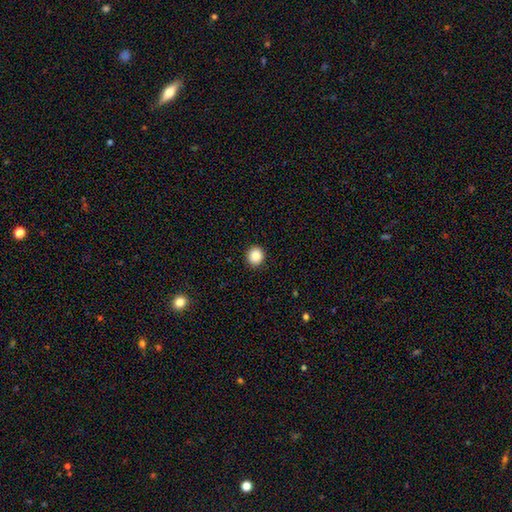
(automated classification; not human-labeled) smooth_or_featured: smooth (p=0.86) [alt: star or artifact p=0.10]
how_rounded: round (p=0.90) [alt: in between p=0.09]
merging: none (p=0.93) [alt: minor disturbance p=0.04]